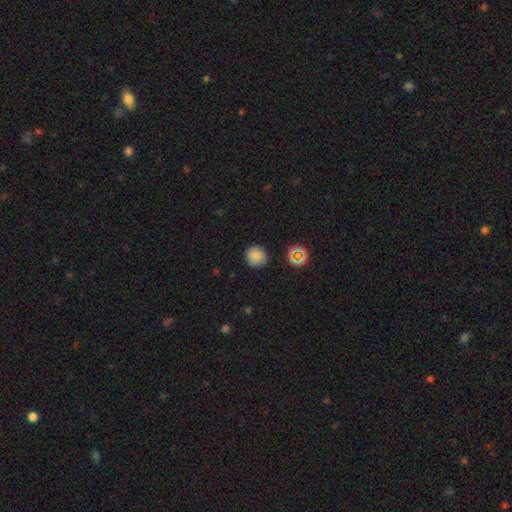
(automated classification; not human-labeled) smooth 79%, star or artifact 15%, featured or disk 6%. Down the decision tree: how rounded — round (91%); merging — none (85%).